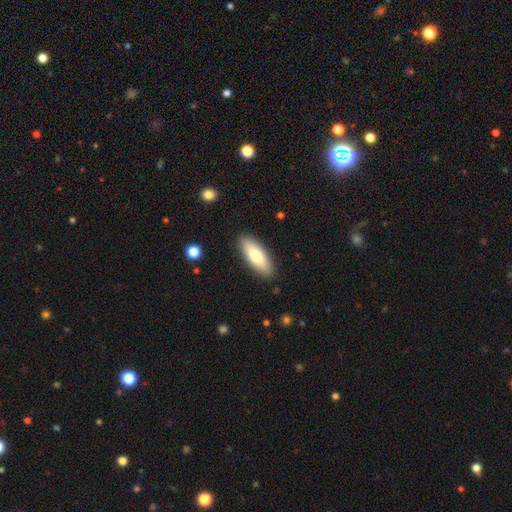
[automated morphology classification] Smooth or featured: smooth — 75% (featured or disk — 20%)
How rounded: in between — 69% (cigar-shaped — 29%)
Merging: none — 88% (minor disturbance — 9%)